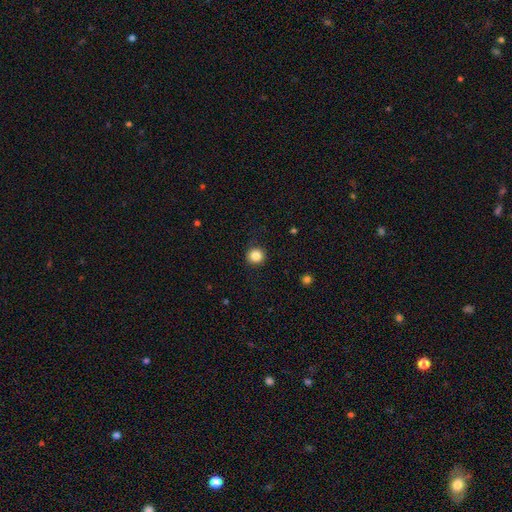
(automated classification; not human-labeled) Morphology: type=smooth (85%); roundness=round (93%); merging=none (91%).